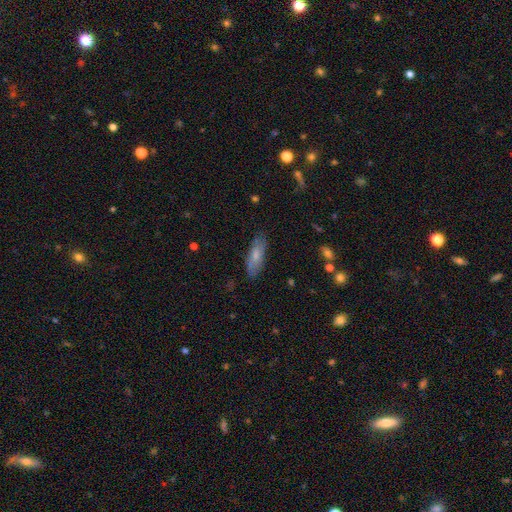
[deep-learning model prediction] This is likely a smooth galaxy (68%). How rounded: possibly in between (58%). Merging: likely none (80%).